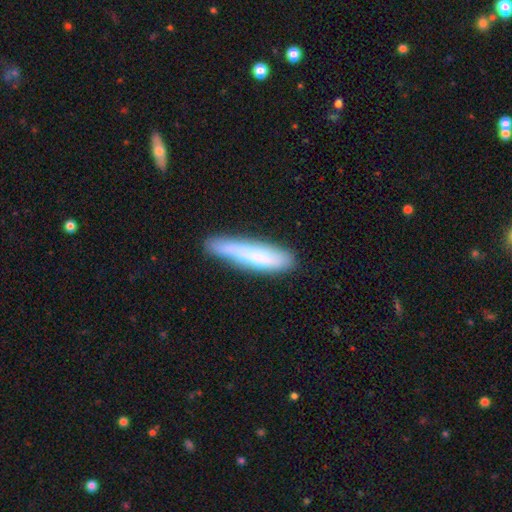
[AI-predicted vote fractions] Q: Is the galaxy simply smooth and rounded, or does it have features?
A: smooth — 61%.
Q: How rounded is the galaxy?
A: cigar-shaped — 80%.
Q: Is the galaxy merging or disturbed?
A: none — 61%.